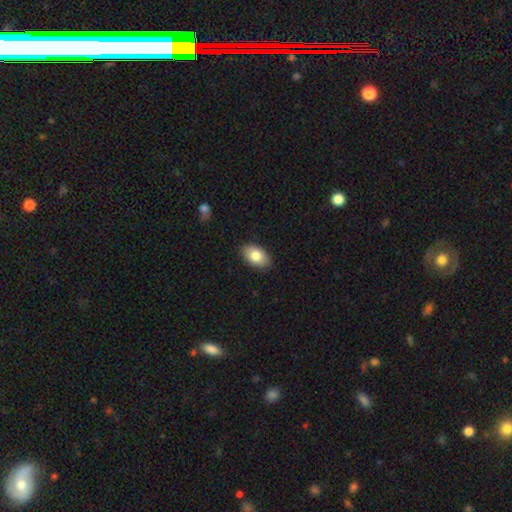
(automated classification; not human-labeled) Morphology: type=smooth (83%); roundness=in between (91%); merging=none (87%).